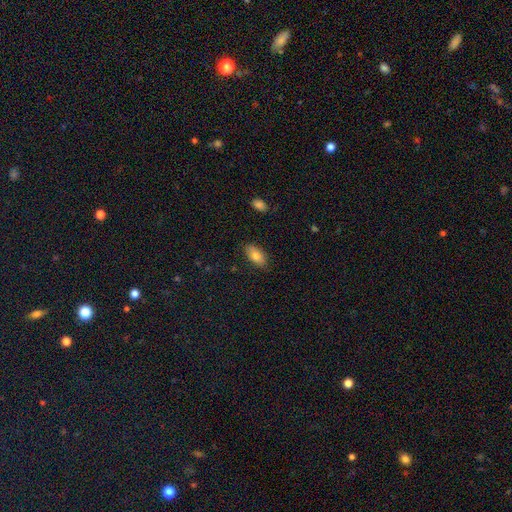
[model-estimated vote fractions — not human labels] This is clearly a smooth galaxy (80%). How rounded: clearly in between (91%). Merging: clearly none (84%).